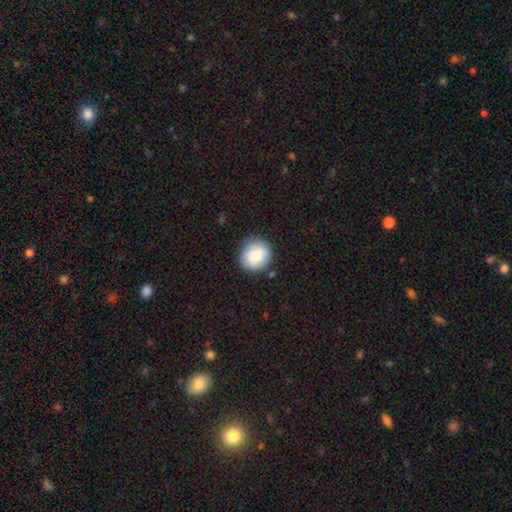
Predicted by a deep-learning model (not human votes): This appears to be a smooth galaxy with no disk features (84%) that is round (81%). Merging: none (83%).